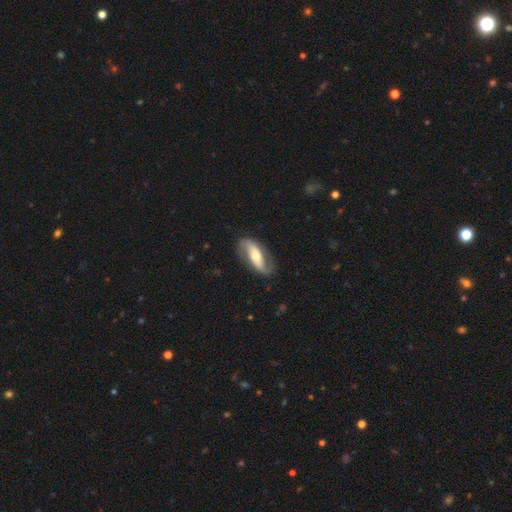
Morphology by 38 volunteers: This appears to be a featured or disk galaxy (76%) with a strong bar (56%), 2 (96%) loose (71%) spiral arms (89%) and a moderate central bulge (44%). Merging: none (89%).